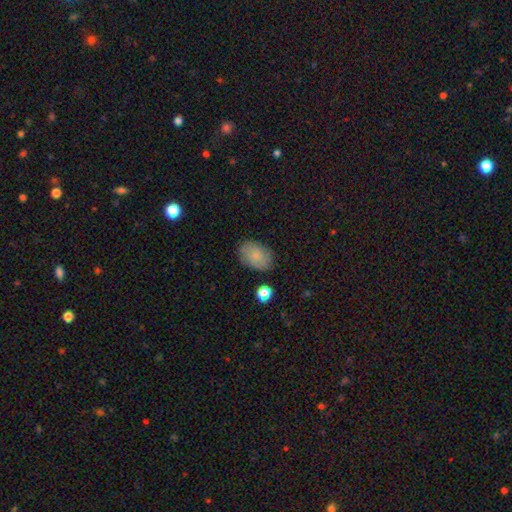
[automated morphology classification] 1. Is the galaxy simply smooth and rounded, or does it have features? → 79% smooth, 13% featured or disk, 8% star or artifact.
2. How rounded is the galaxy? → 87% in between, 12% round, 1% cigar-shaped.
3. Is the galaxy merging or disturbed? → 82% none, 13% minor disturbance, 3% major disturbance, 2% merger.